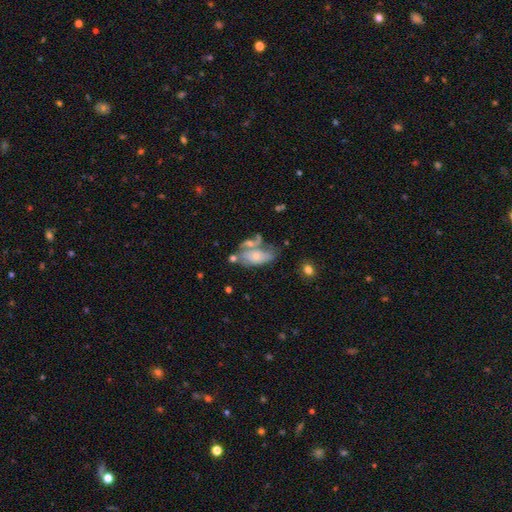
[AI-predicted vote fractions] Smooth or featured: smooth — 55% (featured or disk — 37%)
How rounded: in between — 89% (cigar-shaped — 7%)
Merging: merger — 34% (none — 29%)